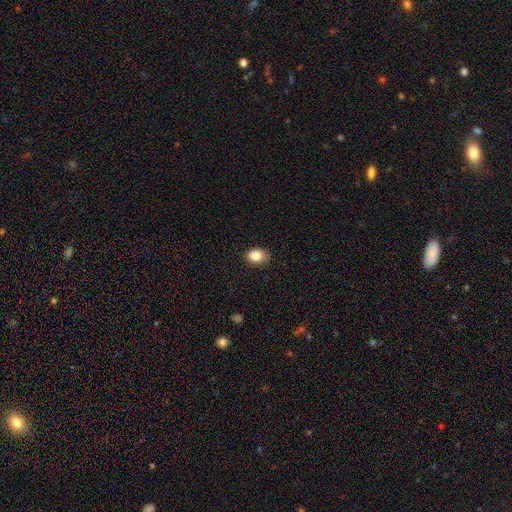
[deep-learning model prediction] smooth_or_featured: smooth (p=0.84) [alt: star or artifact p=0.09]
how_rounded: in between (p=0.59) [alt: round p=0.40]
merging: none (p=0.78) [alt: minor disturbance p=0.18]